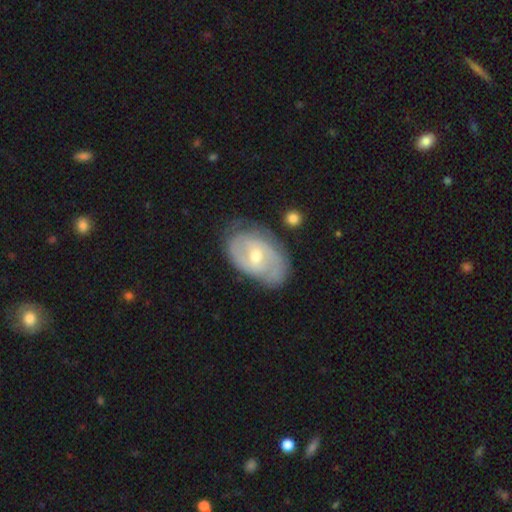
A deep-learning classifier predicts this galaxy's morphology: A featured or disk galaxy (75%) with no bar (47%), 2 (53%) tight (55%) spiral arms (81%) and a moderate central bulge (67%). Merging: none (67%).